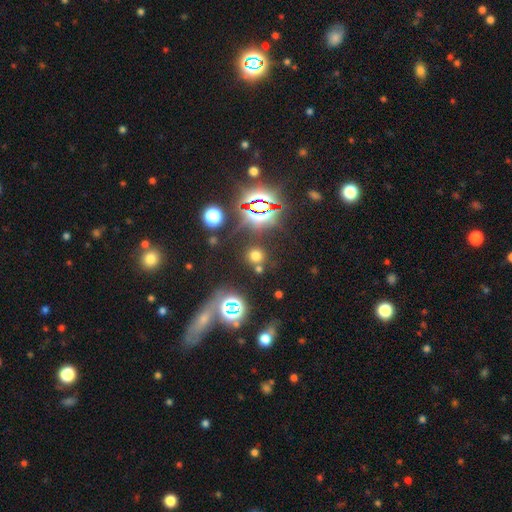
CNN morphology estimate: Smooth or featured?
  - smooth: 56% *
  - star or artifact: 37%
  - featured or disk: 7%
How rounded?
  - round: 89% *
  - in between: 9%
  - cigar-shaped: 1%
Merging?
  - none: 77% *
  - merger: 11%
  - minor disturbance: 8%
  - major disturbance: 4%